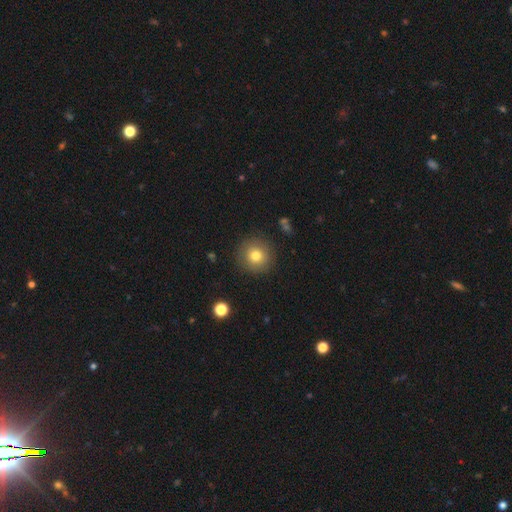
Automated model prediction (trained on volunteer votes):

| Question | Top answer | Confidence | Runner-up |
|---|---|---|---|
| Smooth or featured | smooth | 77% | featured or disk (12%) |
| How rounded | round | 95% | in between (4%) |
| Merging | none | 89% | minor disturbance (7%) |